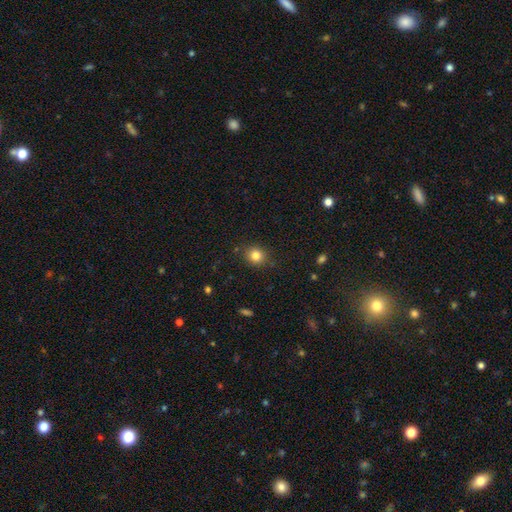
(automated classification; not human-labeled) The model was most divided on "how rounded": round: 77%, in between: 22%, cigar-shaped: 1%. More confident: merging — none (84%); smooth or featured — smooth (82%).